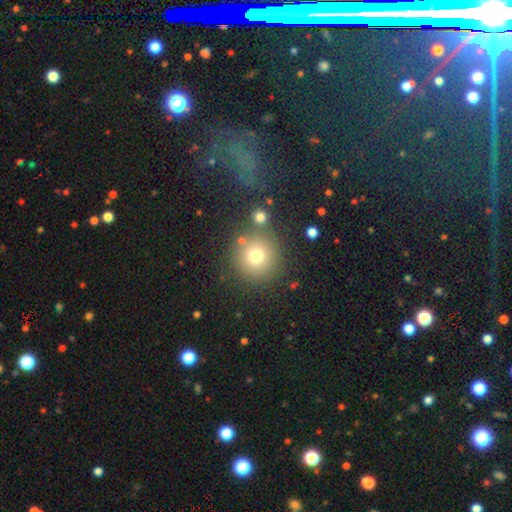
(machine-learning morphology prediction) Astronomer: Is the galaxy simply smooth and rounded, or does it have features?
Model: smooth — 73%.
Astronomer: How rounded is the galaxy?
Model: round — 94%.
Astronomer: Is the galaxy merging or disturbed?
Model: none — 79%.